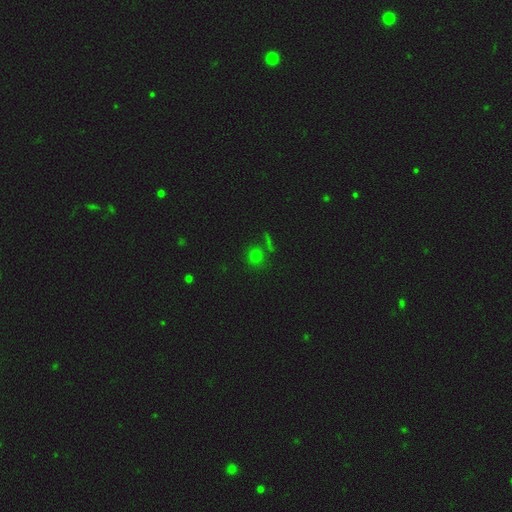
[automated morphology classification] Smooth or featured? smooth (66%)
How rounded? round (88%)
Merging? none (75%)